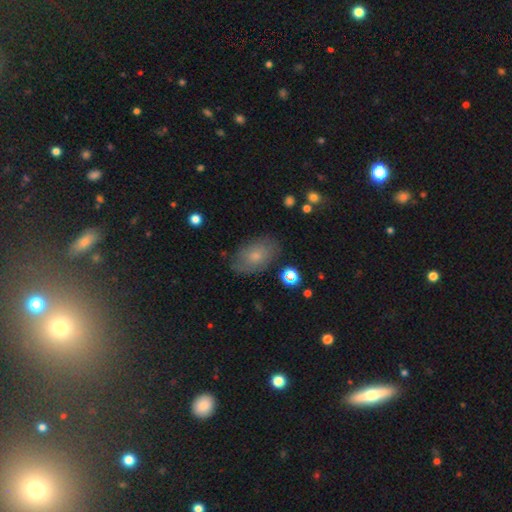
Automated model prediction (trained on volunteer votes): Smooth or featured: smooth — 64% (featured or disk — 26%)
How rounded: in between — 89% (round — 10%)
Merging: none — 74% (minor disturbance — 19%)